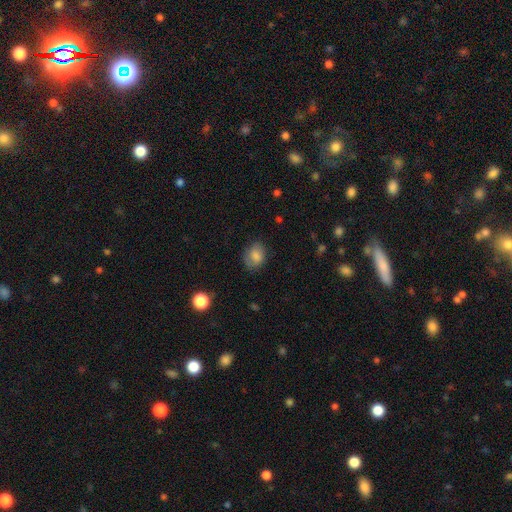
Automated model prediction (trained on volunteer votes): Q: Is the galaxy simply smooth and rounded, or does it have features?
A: smooth — 82%.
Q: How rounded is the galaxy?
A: in between — 62%.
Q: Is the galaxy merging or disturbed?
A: none — 75%.